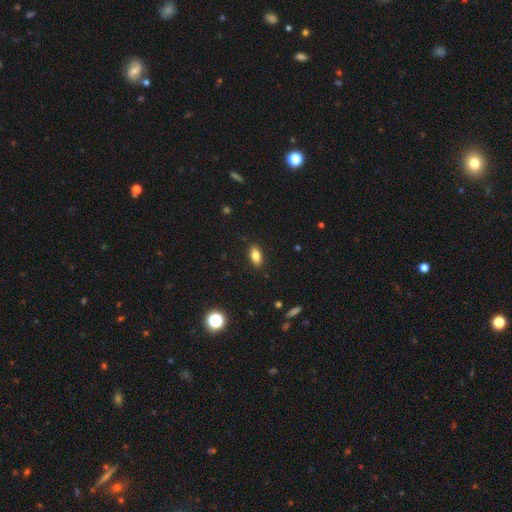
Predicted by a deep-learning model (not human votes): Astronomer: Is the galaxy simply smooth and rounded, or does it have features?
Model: smooth — 80%.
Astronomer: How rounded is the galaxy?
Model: in between — 86%.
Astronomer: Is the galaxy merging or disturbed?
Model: none — 88%.